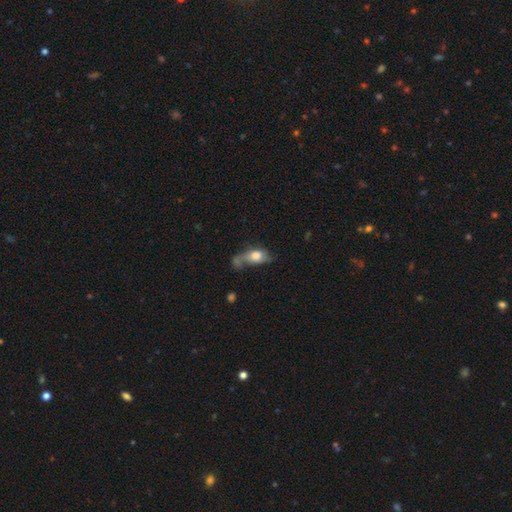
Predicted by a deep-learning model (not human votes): Morphology: type=smooth (68%); roundness=in between (74%); merging=major disturbance (28%).